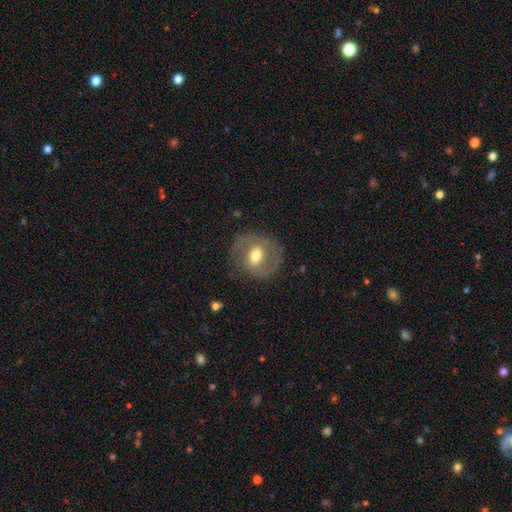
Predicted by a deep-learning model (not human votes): A featured or disk galaxy (65%) with a weak bar (47%), spiral arms (69%) and a moderate central bulge (72%).

Vote fractions:
- Smooth or featured? featured or disk: 65% / smooth: 29% / star or artifact: 6%
- Edge-on disk? no: 96% / yes: 4%
- Bar? weak: 47% / no: 27% / strong: 25%
- Spiral arms? yes: 69% / no: 31%
- Bulge size? moderate: 72% / small: 13% / large: 12% / dominant: 1% / none: 1%
- Merging? none: 73% / minor disturbance: 16% / major disturbance: 9% / merger: 1%